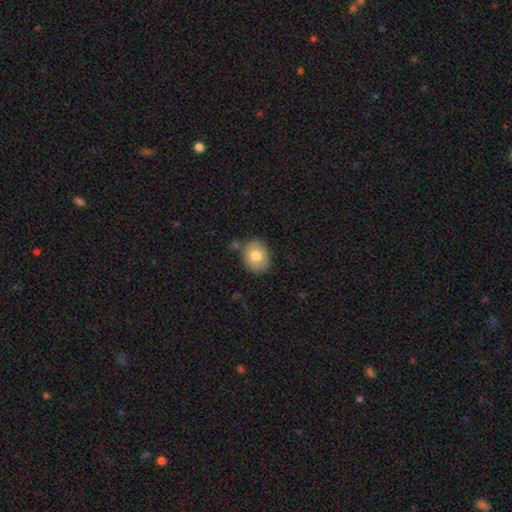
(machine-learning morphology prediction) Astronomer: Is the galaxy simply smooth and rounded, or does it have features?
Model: smooth — 77%.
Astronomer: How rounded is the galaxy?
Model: round — 52% (runner-up: in between, 47%).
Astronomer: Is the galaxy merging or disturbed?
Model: none — 79%.